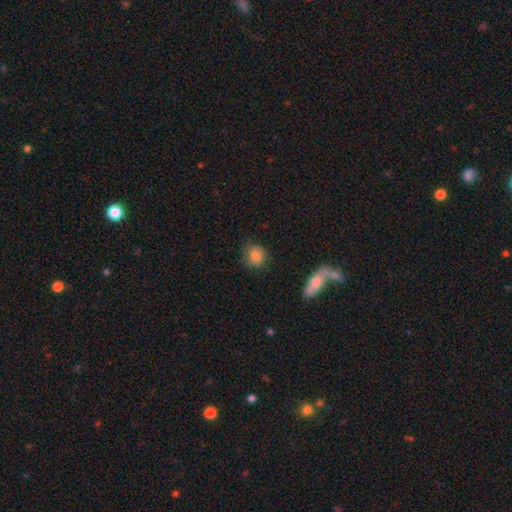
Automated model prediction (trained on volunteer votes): Q: Smooth or featured?
A: smooth (83%); runner-up: featured or disk (9%)
Q: How rounded?
A: round (79%); runner-up: in between (19%)
Q: Merging?
A: none (74%); runner-up: minor disturbance (20%)